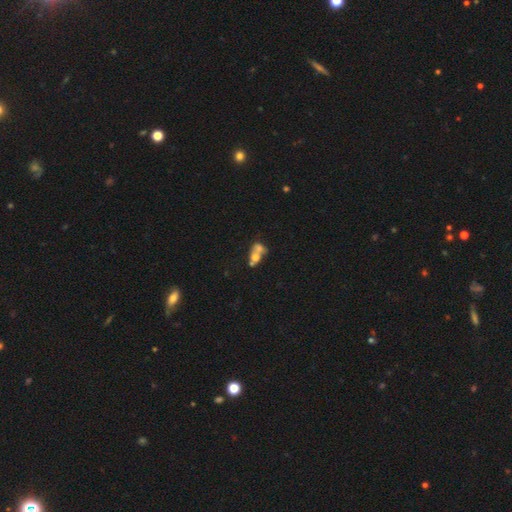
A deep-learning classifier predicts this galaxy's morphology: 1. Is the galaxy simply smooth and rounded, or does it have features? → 57% smooth, 31% featured or disk, 12% star or artifact.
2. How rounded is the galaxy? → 57% in between, 40% round, 3% cigar-shaped.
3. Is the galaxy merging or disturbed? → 67% merger, 19% none, 7% minor disturbance, 7% major disturbance.